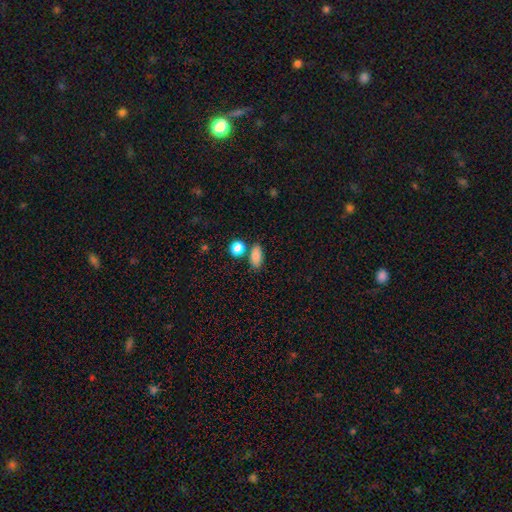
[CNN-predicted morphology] Smooth or featured?
  - smooth: 84% *
  - star or artifact: 10%
  - featured or disk: 5%
How rounded?
  - in between: 87% *
  - round: 9%
  - cigar-shaped: 5%
Merging?
  - none: 73% *
  - minor disturbance: 13%
  - merger: 11%
  - major disturbance: 4%